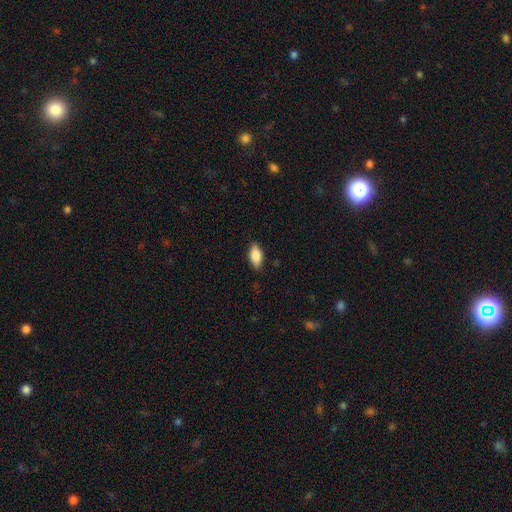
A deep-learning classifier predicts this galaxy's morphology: smooth-or-featured: smooth: 81% | featured or disk: 13% | star or artifact: 7%
  how-rounded: in between: 87% | cigar-shaped: 10% | round: 3%
  merging: none: 86% | minor disturbance: 11% | major disturbance: 2% | merger: 1%